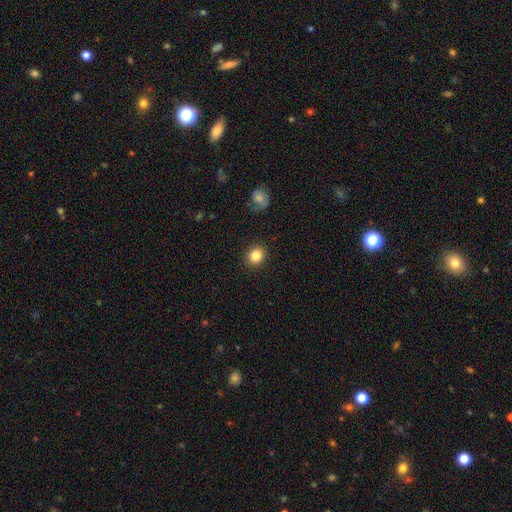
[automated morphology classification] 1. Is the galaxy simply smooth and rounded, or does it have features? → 85% smooth, 10% star or artifact, 6% featured or disk.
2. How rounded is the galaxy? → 72% round, 27% in between, 1% cigar-shaped.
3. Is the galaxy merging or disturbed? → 90% none, 7% minor disturbance, 2% major disturbance, 1% merger.